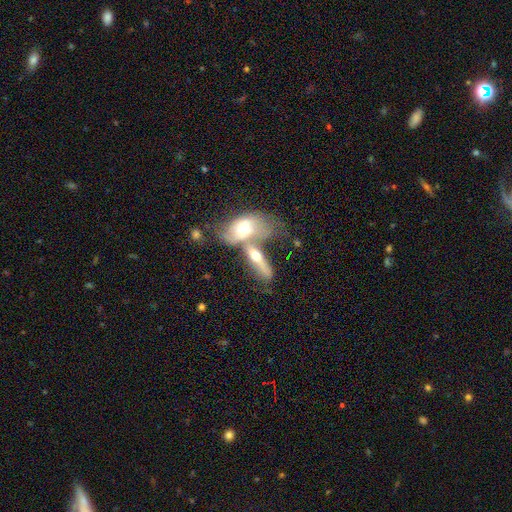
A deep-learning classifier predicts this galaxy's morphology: This appears to be a featured or disk galaxy (54%) viewed edge-on (53%). Merging: merger (62%).